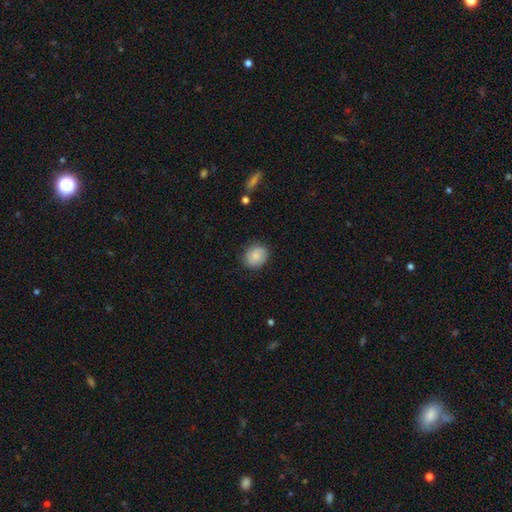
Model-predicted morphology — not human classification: A smooth galaxy with no disk features (80%) that is round (69%).

Vote fractions:
- Smooth or featured? smooth: 80% / featured or disk: 12% / star or artifact: 7%
- How rounded? round: 69% / in between: 30% / cigar-shaped: 1%
- Merging? none: 81% / minor disturbance: 14% / major disturbance: 3% / merger: 1%